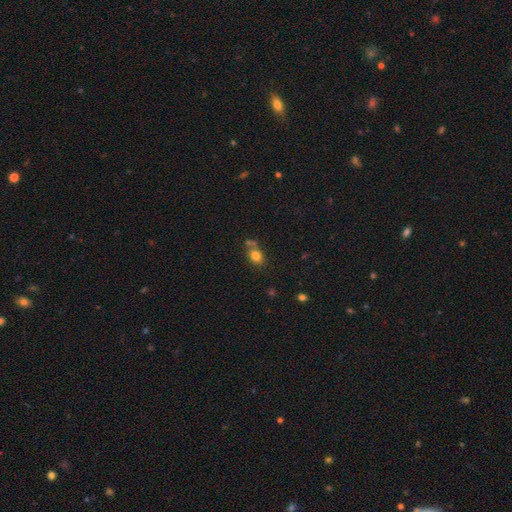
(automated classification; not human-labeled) Smooth or featured? smooth (79%)
How rounded? in between (55%)
Merging? none (55%)